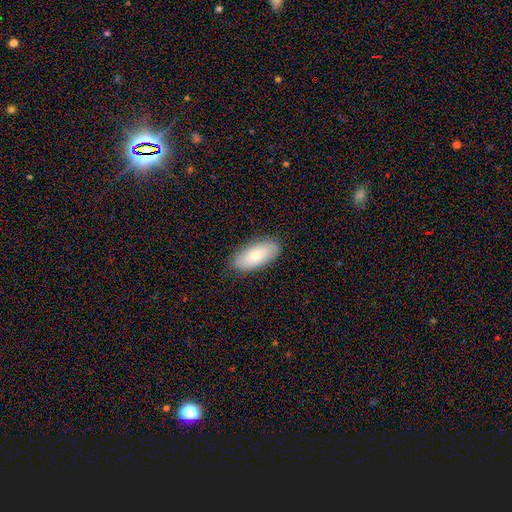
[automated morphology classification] A smooth galaxy with no disk features (77%) that is in between round and cigar-shaped (90%).

Vote fractions:
- Smooth or featured? smooth: 77% / featured or disk: 17% / star or artifact: 6%
- How rounded? in between: 90% / cigar-shaped: 8% / round: 2%
- Merging? none: 84% / minor disturbance: 12% / major disturbance: 2% / merger: 1%